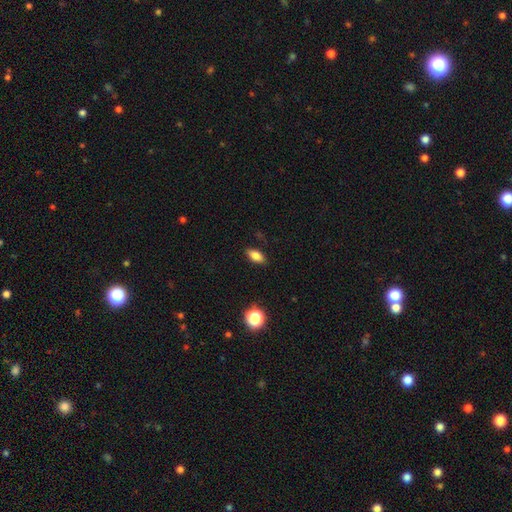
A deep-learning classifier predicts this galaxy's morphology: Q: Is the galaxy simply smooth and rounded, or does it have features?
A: smooth — 80%.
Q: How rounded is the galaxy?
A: in between — 85%.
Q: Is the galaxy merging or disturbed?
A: none — 87%.